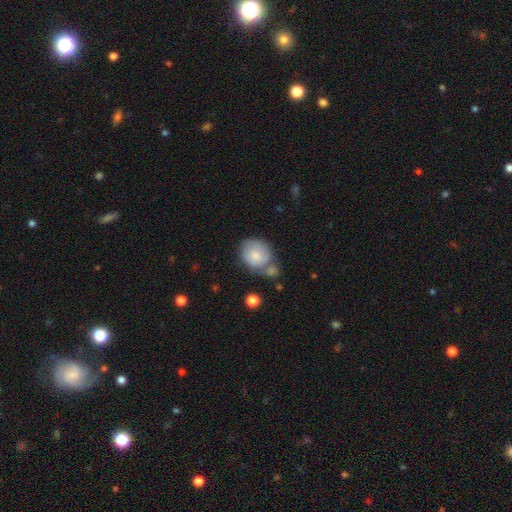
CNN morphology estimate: A smooth galaxy with no disk features (76%) that is round (71%).

Vote fractions:
- Smooth or featured? smooth: 76% / featured or disk: 17% / star or artifact: 7%
- How rounded? round: 71% / in between: 28% / cigar-shaped: 1%
- Merging? none: 47% / merger: 25% / minor disturbance: 20% / major disturbance: 7%